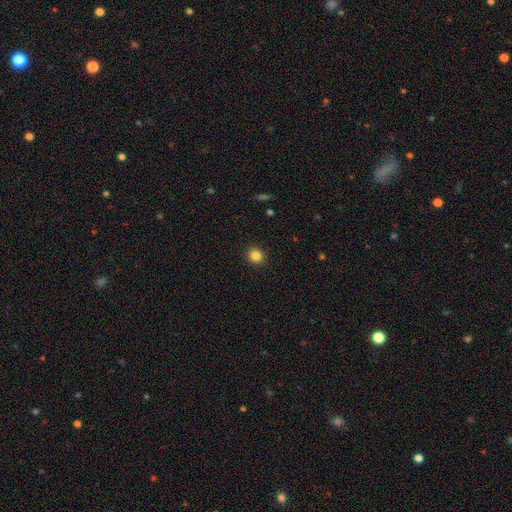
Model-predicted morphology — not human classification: A smooth galaxy with no disk features (85%) that is round (82%).

Vote fractions:
- Smooth or featured? smooth: 85% / star or artifact: 11% / featured or disk: 4%
- How rounded? round: 82% / in between: 17% / cigar-shaped: 1%
- Merging? none: 91% / minor disturbance: 6% / major disturbance: 2% / merger: 1%